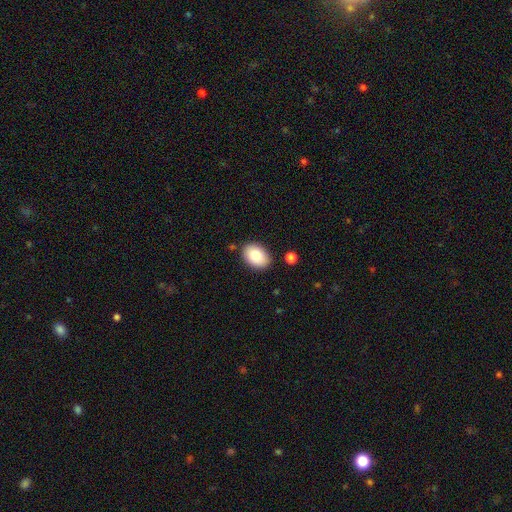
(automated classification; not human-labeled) The model was most divided on "how rounded": in between: 80%, round: 19%, cigar-shaped: 1%. More confident: merging — none (85%); smooth or featured — smooth (81%).